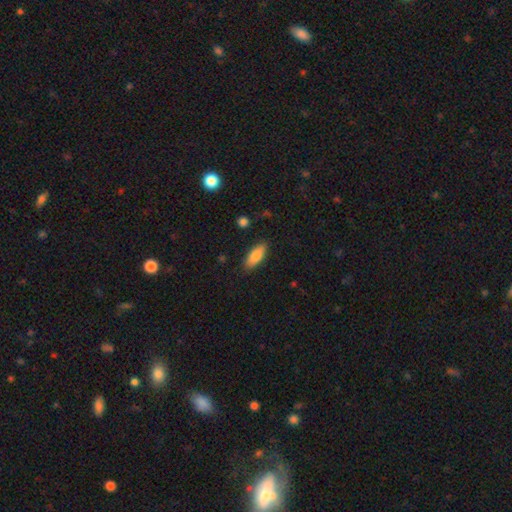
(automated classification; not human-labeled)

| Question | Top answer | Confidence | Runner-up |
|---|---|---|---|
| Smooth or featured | smooth | 85% | featured or disk (9%) |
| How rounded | in between | 74% | cigar-shaped (24%) |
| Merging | none | 86% | minor disturbance (10%) |